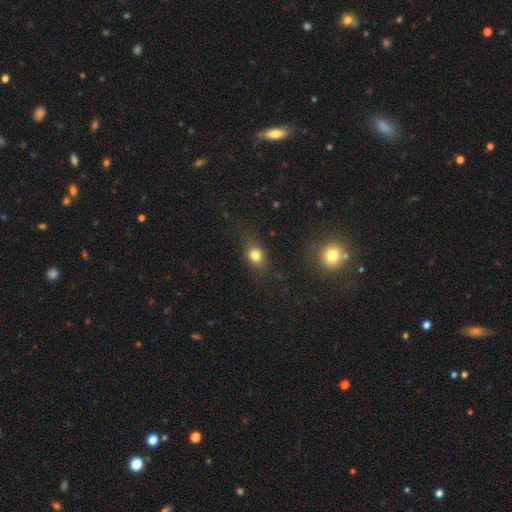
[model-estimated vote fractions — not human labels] Smooth or featured? smooth (76%)
How rounded? in between (55%)
Merging? none (72%)